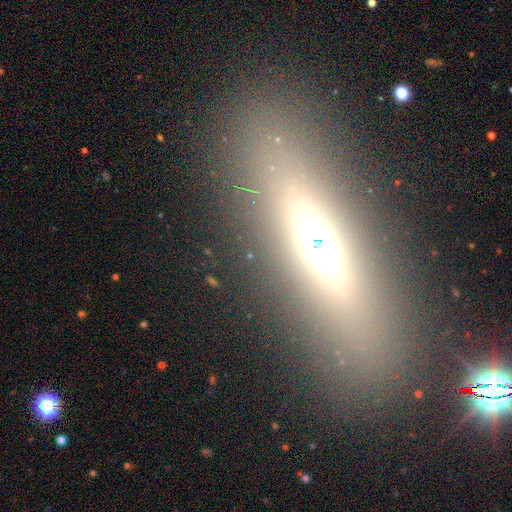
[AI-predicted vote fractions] Smooth or featured? Predicted: featured or disk (p=0.44). Merging? Predicted: none (p=0.83).